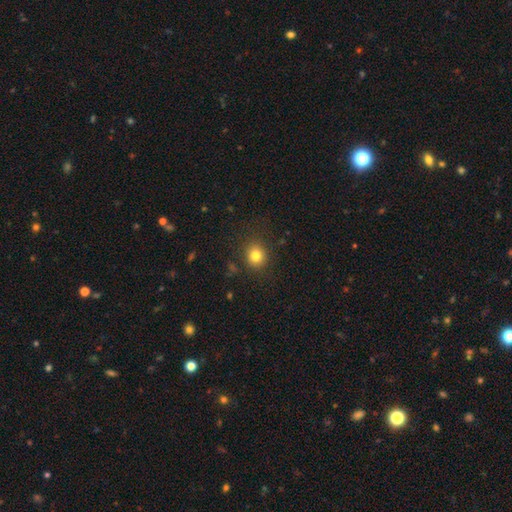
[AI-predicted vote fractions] This is clearly a smooth galaxy (80%). How rounded: clearly round (81%). Merging: clearly none (86%).